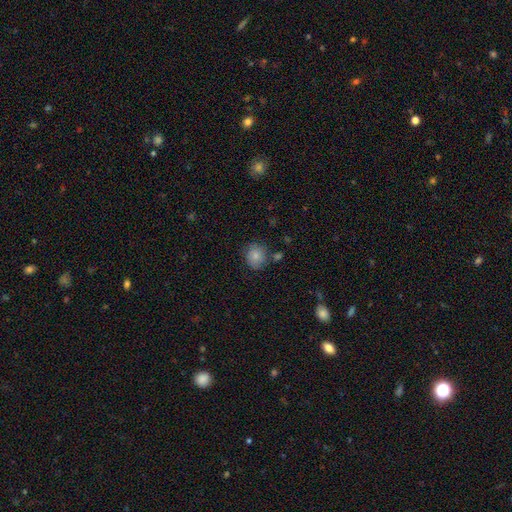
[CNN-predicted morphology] smooth-or-featured: smooth: 82% | featured or disk: 9% | star or artifact: 9%
  how-rounded: round: 78% | in between: 21% | cigar-shaped: 1%
  merging: none: 75% | minor disturbance: 15% | merger: 7% | major disturbance: 4%